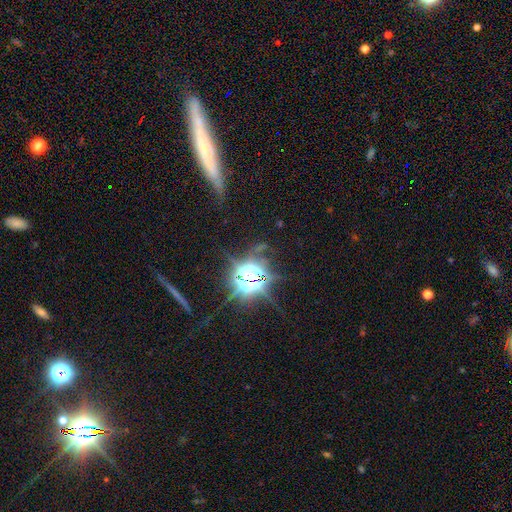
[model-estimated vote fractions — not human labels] Smooth or featured? Predicted: star or artifact (p=0.62).